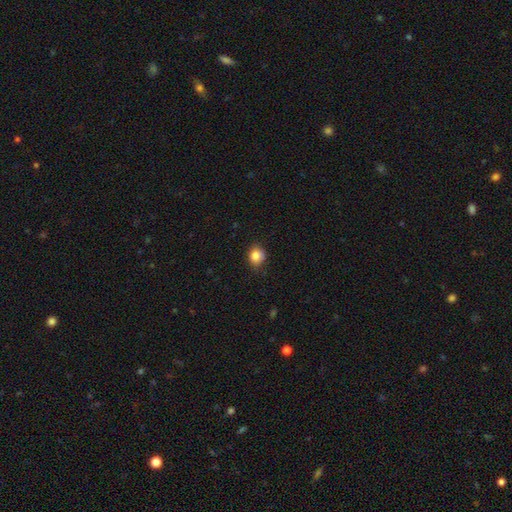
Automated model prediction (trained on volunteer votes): Smooth or featured? Predicted: smooth (p=0.83). How rounded? Predicted: round (p=0.76). Merging? Predicted: none (p=0.74).